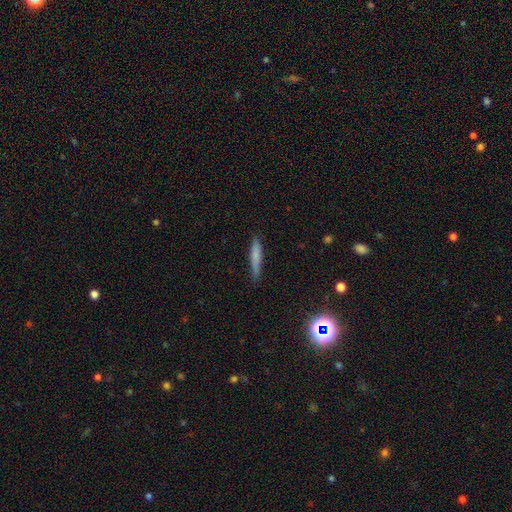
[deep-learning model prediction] Smooth or featured? Predicted: smooth (p=0.72). How rounded? Predicted: cigar-shaped (p=0.92). Merging? Predicted: none (p=0.82).